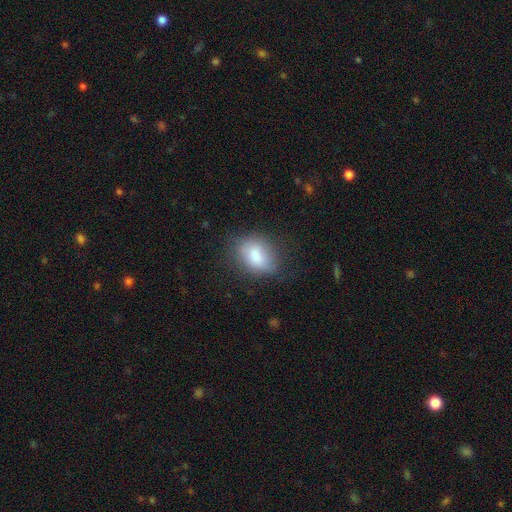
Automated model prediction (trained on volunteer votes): Smooth or featured? Predicted: smooth (p=0.81). How rounded? Predicted: in between (p=0.75). Merging? Predicted: none (p=0.64).